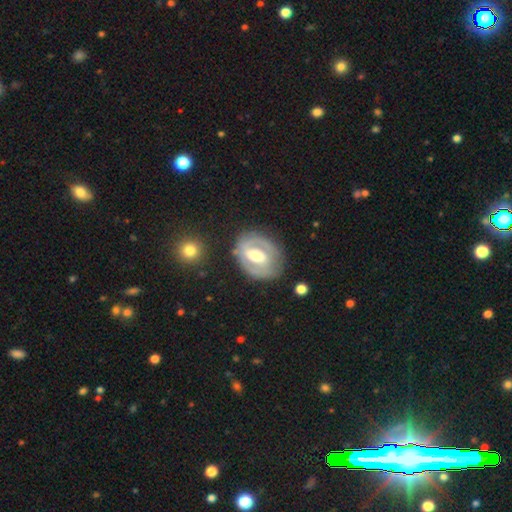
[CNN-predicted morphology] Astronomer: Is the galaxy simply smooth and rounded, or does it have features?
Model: featured or disk — 77%.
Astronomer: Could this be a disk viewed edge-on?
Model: no — 96%.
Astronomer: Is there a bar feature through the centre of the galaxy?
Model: weak — 42% (runner-up: strong, 35%).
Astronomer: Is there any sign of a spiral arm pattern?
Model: yes — 68%.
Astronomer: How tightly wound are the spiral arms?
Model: tight — 52% (runner-up: medium, 35%).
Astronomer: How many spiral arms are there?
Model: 2 — 68%.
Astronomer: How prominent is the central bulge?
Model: moderate — 69%.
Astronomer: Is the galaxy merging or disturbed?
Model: none — 72%.